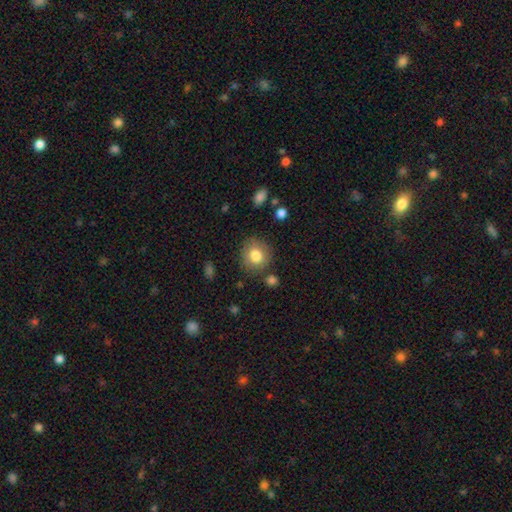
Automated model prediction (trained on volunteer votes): Morphology: type=smooth (81%); roundness=round (84%); merging=none (80%).